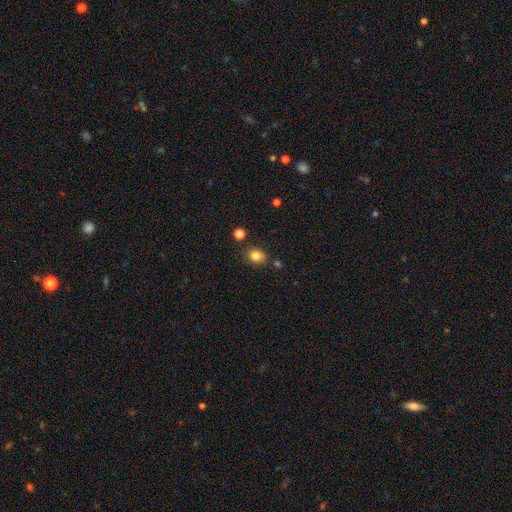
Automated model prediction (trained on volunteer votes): A smooth galaxy with no disk features (82%) that is in between round and cigar-shaped (50%).

Vote fractions:
- Smooth or featured? smooth: 82% / star or artifact: 11% / featured or disk: 7%
- How rounded? in between: 50% / round: 49% / cigar-shaped: 1%
- Merging? none: 75% / minor disturbance: 15% / merger: 6% / major disturbance: 3%